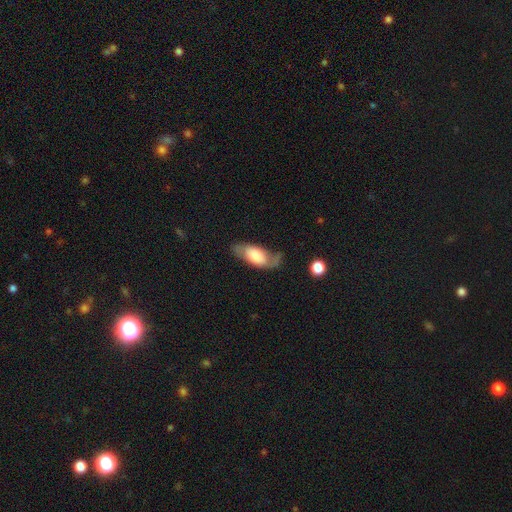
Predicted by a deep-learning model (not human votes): Smooth or featured? smooth (58%)
How rounded? in between (85%)
Merging? none (56%)